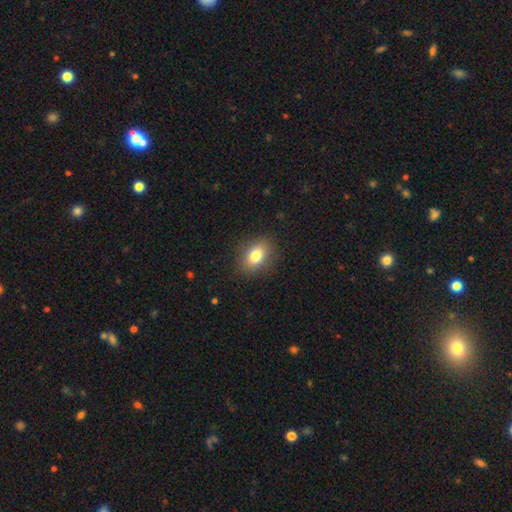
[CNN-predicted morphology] smooth-or-featured: smooth: 79% | featured or disk: 11% | star or artifact: 10%
  how-rounded: in between: 72% | round: 26% | cigar-shaped: 2%
  merging: none: 87% | minor disturbance: 9% | major disturbance: 3% | merger: 1%